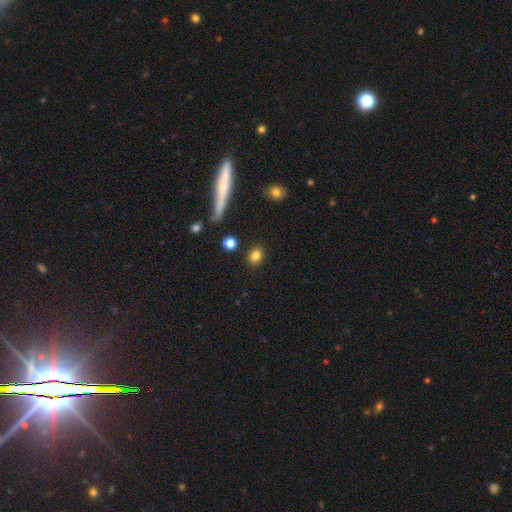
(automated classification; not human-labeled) Smooth or featured?
  - smooth: 82% *
  - star or artifact: 10%
  - featured or disk: 7%
How rounded?
  - round: 60% *
  - in between: 37%
  - cigar-shaped: 3%
Merging?
  - none: 88% *
  - minor disturbance: 7%
  - merger: 3%
  - major disturbance: 2%